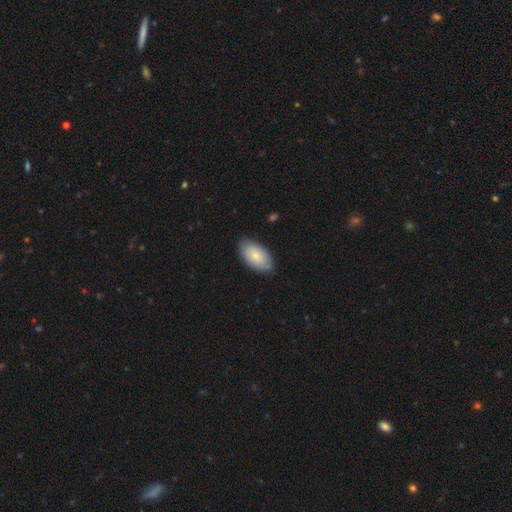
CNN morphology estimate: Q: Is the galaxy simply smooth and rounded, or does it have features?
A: smooth — 80%.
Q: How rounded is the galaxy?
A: in between — 95%.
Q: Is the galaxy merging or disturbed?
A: none — 79%.